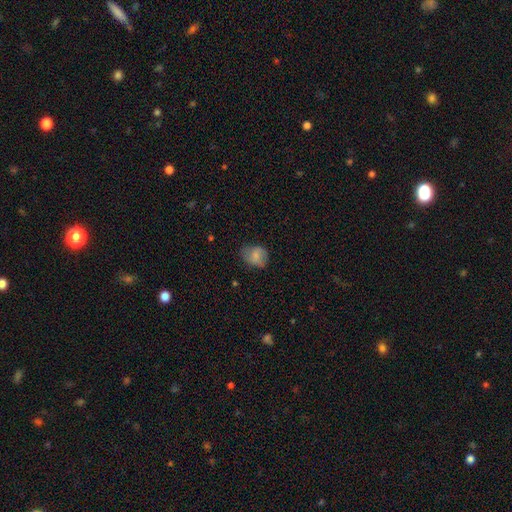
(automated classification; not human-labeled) This appears to be a smooth galaxy with no disk features (72%) that is in between round and cigar-shaped (56%). Merging: none (60%).